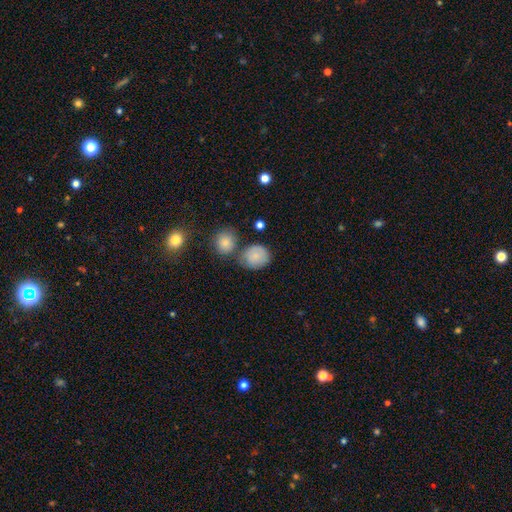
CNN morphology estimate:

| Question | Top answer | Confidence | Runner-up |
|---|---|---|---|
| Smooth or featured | smooth | 82% | featured or disk (10%) |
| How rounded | round | 72% | in between (27%) |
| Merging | none | 60% | merger (18%) |